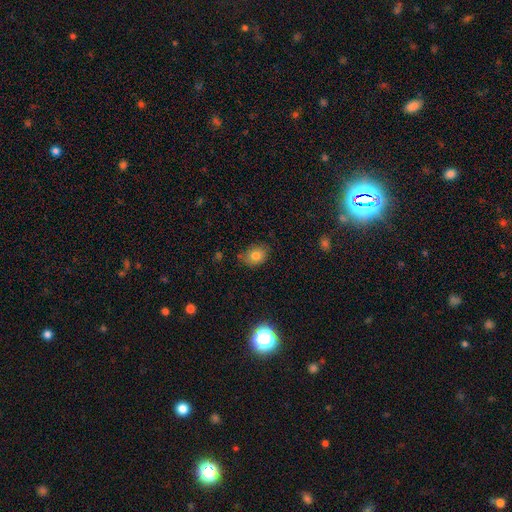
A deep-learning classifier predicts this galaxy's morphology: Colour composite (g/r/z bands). It shows a smooth galaxy with no disk features (78%) that is in between round and cigar-shaped (59%). Merging: none (73%).